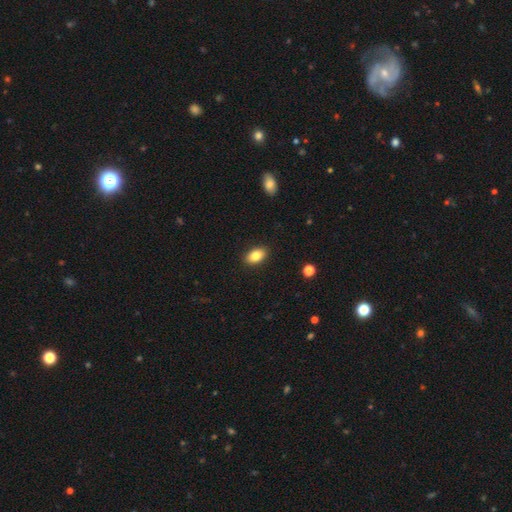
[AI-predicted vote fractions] Smooth or featured? smooth (85%)
How rounded? in between (90%)
Merging? none (89%)